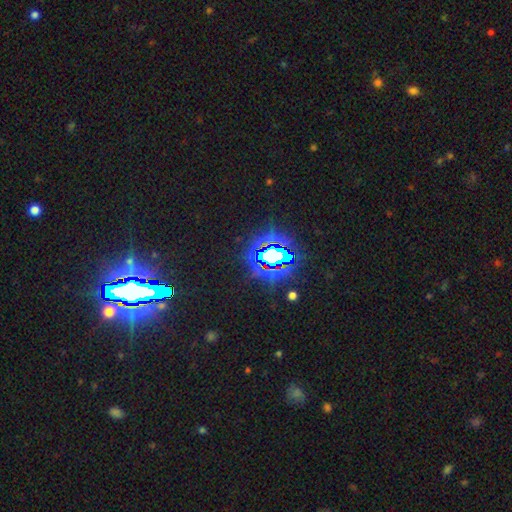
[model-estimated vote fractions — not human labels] This is clearly a star or artifact rather than a galaxy (84%).